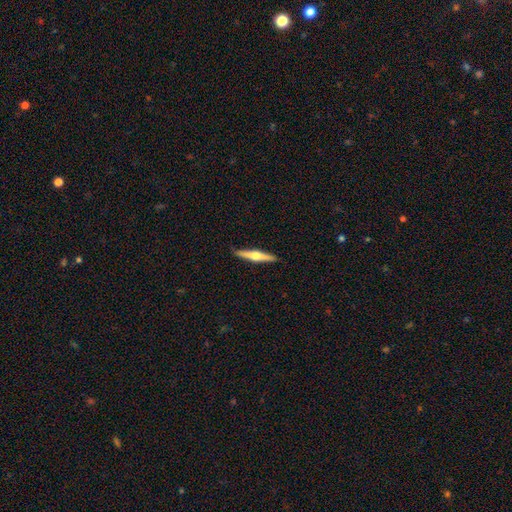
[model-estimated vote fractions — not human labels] A featured or disk galaxy (61%) viewed edge-on (97%) with a rounded central bulge (92%).

Vote fractions:
- Smooth or featured? featured or disk: 61% / smooth: 34% / star or artifact: 5%
- Edge-on disk? yes: 97% / no: 3%
- Edge-on bulge? rounded: 92% / none: 4% / boxy: 4%
- Merging? none: 90% / minor disturbance: 8% / major disturbance: 1% / merger: 1%